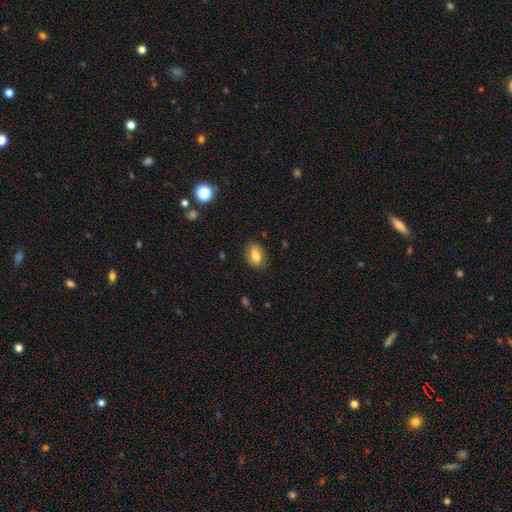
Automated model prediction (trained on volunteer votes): The model was most divided on "smooth or featured": smooth: 75%, featured or disk: 16%, star or artifact: 9%. More confident: how rounded — in between (84%); merging — none (82%).